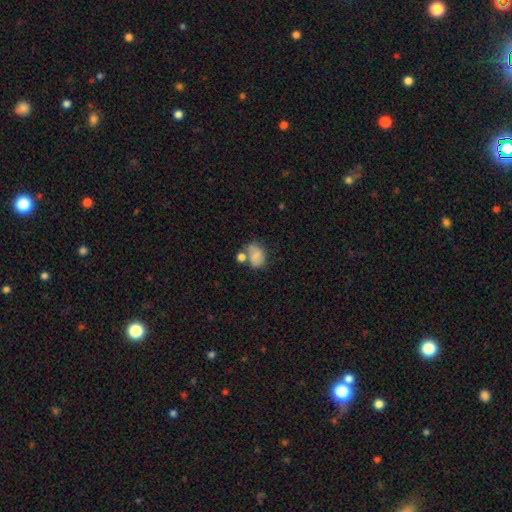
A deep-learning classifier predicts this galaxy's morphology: Smooth or featured? smooth (75%)
How rounded? in between (64%)
Merging? none (37%)